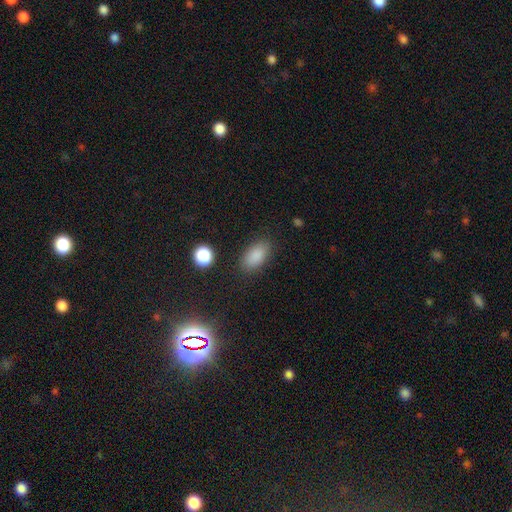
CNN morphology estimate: A smooth galaxy with no disk features (87%) that is in between round and cigar-shaped (92%).

Vote fractions:
- Smooth or featured? smooth: 87% / star or artifact: 9% / featured or disk: 5%
- How rounded? in between: 92% / round: 5% / cigar-shaped: 3%
- Merging? none: 85% / minor disturbance: 10% / major disturbance: 3% / merger: 2%